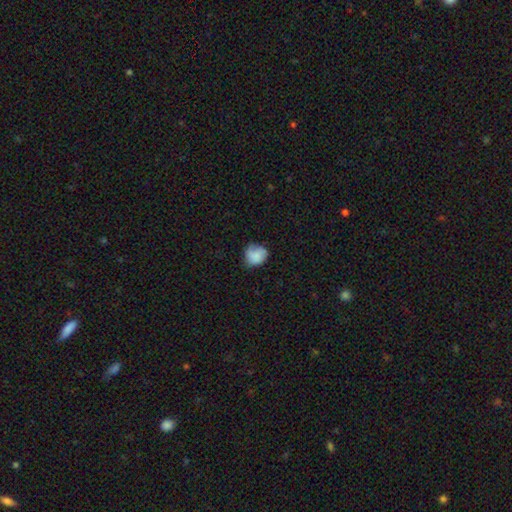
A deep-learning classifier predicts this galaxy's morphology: This is likely a smooth galaxy (78%). How rounded: likely round (72%). Merging: possibly none (56%).